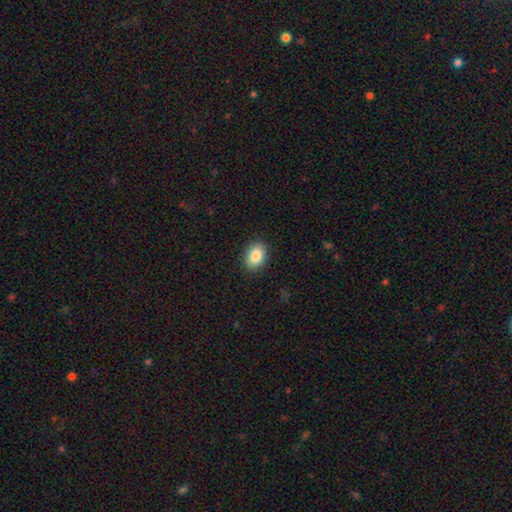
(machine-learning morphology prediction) Q: Smooth or featured?
A: smooth (86%); runner-up: star or artifact (8%)
Q: How rounded?
A: in between (79%); runner-up: round (20%)
Q: Merging?
A: none (89%); runner-up: minor disturbance (8%)